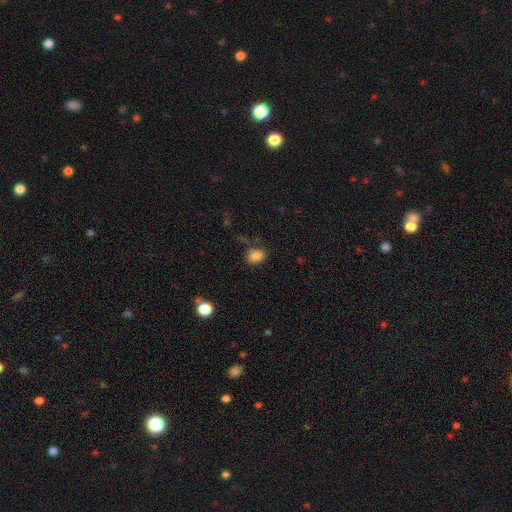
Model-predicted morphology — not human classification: Smooth or featured: smooth — 83% (star or artifact — 12%)
How rounded: in between — 70% (round — 29%)
Merging: none — 69% (minor disturbance — 19%)